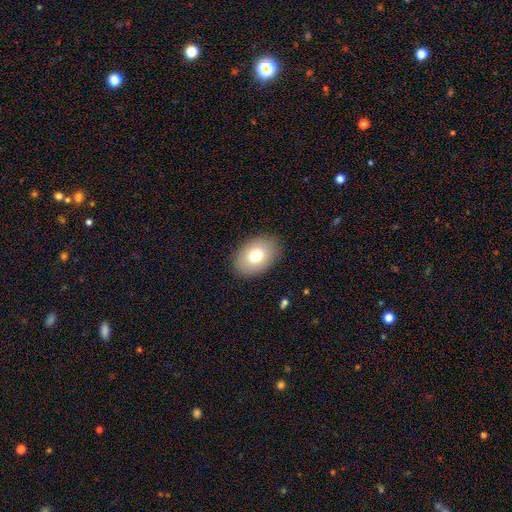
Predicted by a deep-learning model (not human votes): Smooth or featured? smooth (75%)
How rounded? in between (84%)
Merging? none (87%)